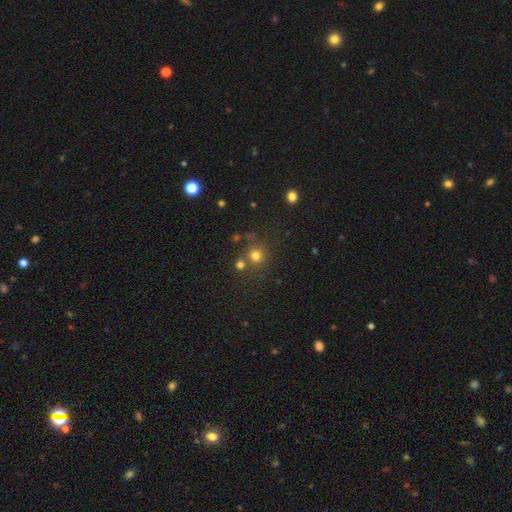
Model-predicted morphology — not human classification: smooth 73%, star or artifact 19%, featured or disk 8%. Down the decision tree: how rounded — round (92%); merging — none (69%).